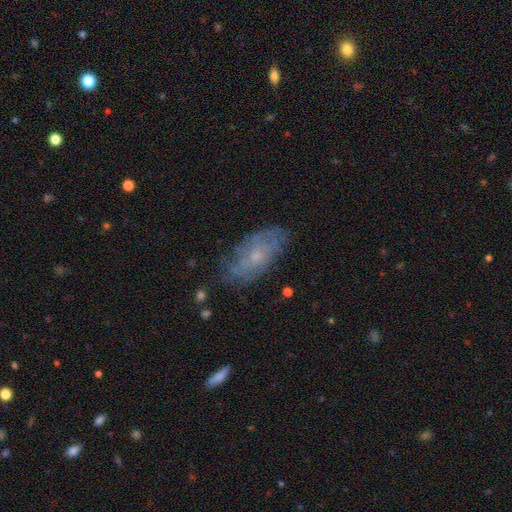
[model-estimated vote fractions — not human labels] Smooth or featured?
  - featured or disk: 57% *
  - smooth: 33%
  - star or artifact: 10%
Edge-on disk?
  - no: 90% *
  - yes: 10%
Bar?
  - no: 80% *
  - weak: 17%
  - strong: 3%
Spiral arms?
  - yes: 68% *
  - no: 32%
Bulge size?
  - small: 68% *
  - moderate: 25%
  - none: 5%
  - large: 1%
  - dominant: 1%
Merging?
  - none: 73% *
  - minor disturbance: 19%
  - major disturbance: 6%
  - merger: 2%